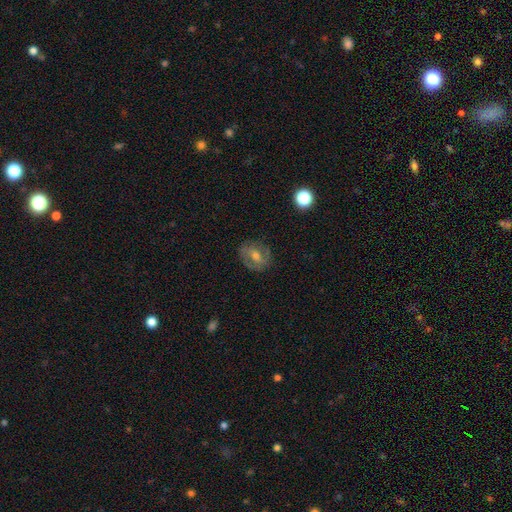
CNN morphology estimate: Smooth or featured? featured or disk (58%)
Edge-on disk? no (95%)
Bar? weak (43%)
Spiral arms? yes (64%)
Bulge size? moderate (64%)
Merging? none (80%)